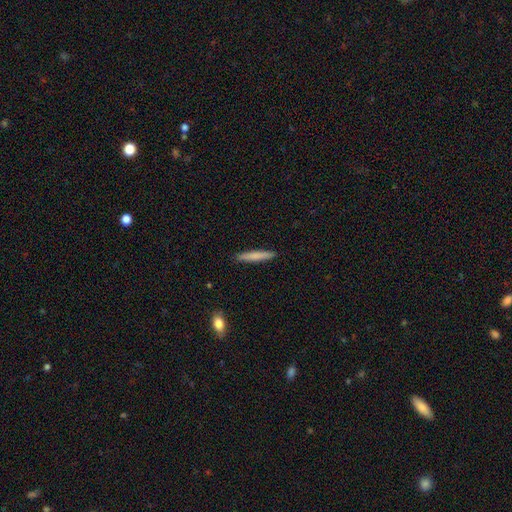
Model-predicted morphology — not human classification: type=smooth (75%); roundness=cigar-shaped (95%); merging=none (91%).